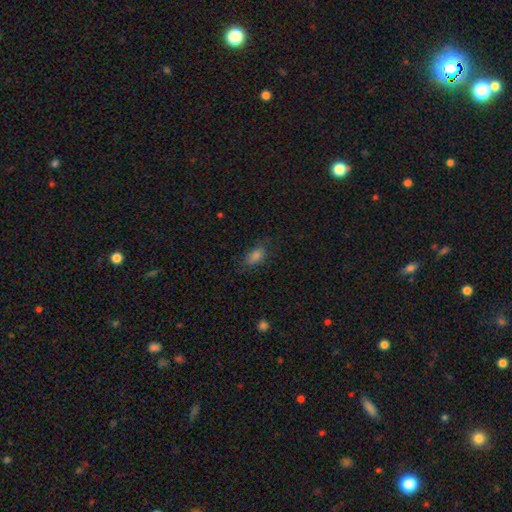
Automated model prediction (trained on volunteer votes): Q: Smooth or featured?
A: smooth (75%); runner-up: star or artifact (15%)
Q: How rounded?
A: in between (84%); runner-up: cigar-shaped (8%)
Q: Merging?
A: none (76%); runner-up: minor disturbance (17%)